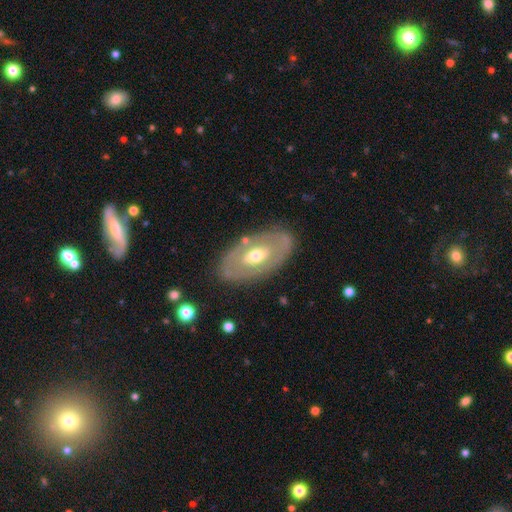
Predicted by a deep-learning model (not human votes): The model was most divided on "smooth or featured": featured or disk: 62%, smooth: 33%, star or artifact: 5%. More confident: edge-on disk — no (89%); spiral arms — no (83%); merging — none (81%); bar — no (79%); bulge size — moderate (69%).